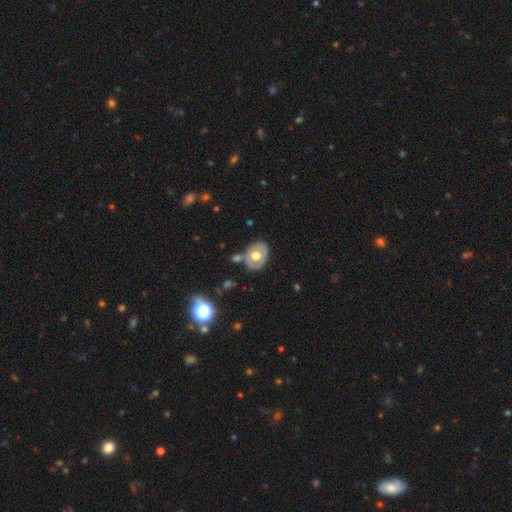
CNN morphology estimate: smooth-or-featured: smooth: 47% | featured or disk: 45% | star or artifact: 7%
  merging: none: 64% | minor disturbance: 18% | merger: 13% | major disturbance: 5%